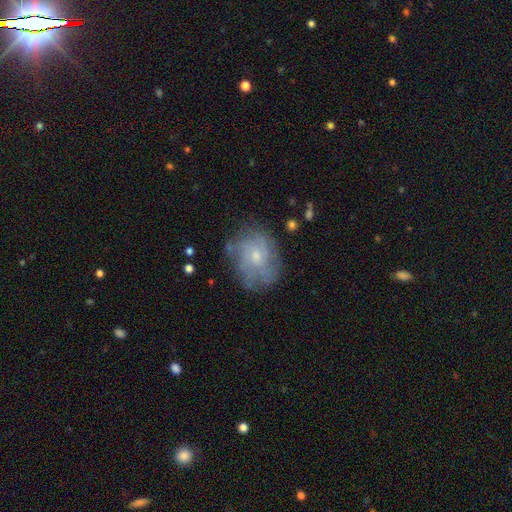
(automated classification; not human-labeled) The model was most divided on "bulge size": small: 59%, moderate: 35%, none: 3%, large: 2%, dominant: 1%. More confident: edge-on disk — no (97%); bar — no (79%); spiral arms — yes (72%); merging — none (68%); smooth or featured — featured or disk (58%).